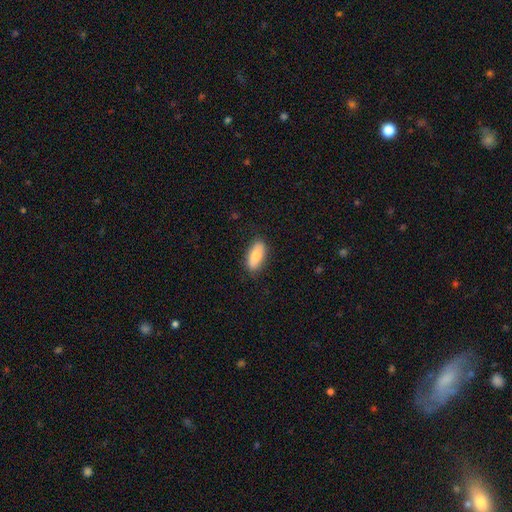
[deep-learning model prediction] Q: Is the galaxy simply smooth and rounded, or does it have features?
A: smooth — 77%.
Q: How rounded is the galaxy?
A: in between — 86%.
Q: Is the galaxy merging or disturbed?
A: none — 85%.